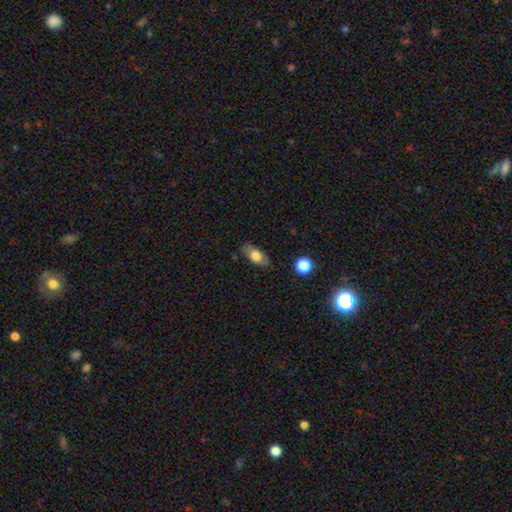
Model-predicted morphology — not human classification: A smooth galaxy with no disk features (66%) that is in between round and cigar-shaped (86%).

Vote fractions:
- Smooth or featured? smooth: 66% / featured or disk: 26% / star or artifact: 8%
- How rounded? in between: 86% / round: 8% / cigar-shaped: 7%
- Merging? none: 77% / minor disturbance: 17% / major disturbance: 4% / merger: 2%